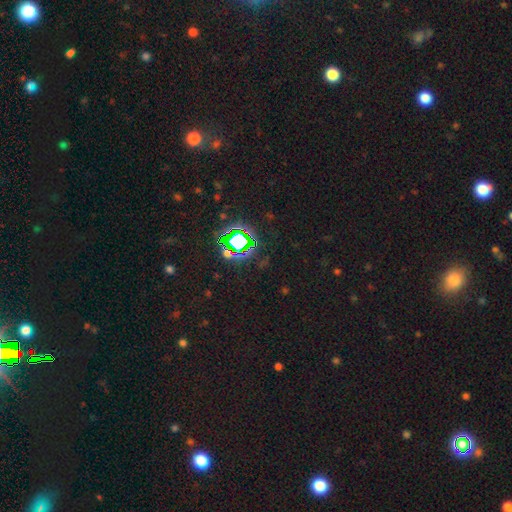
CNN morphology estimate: Smooth or featured? Predicted: star or artifact (p=0.81).